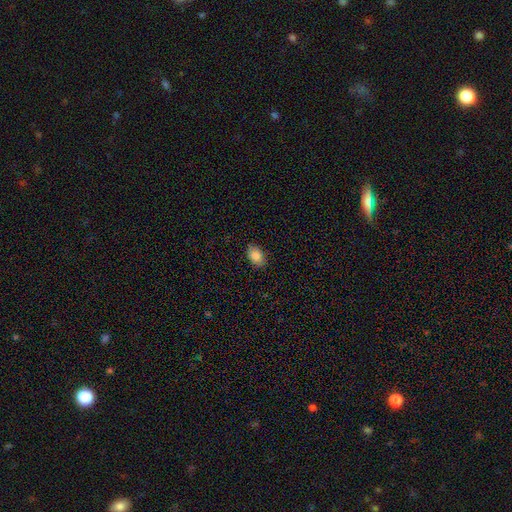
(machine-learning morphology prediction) Q: Smooth or featured?
A: smooth (86%); runner-up: star or artifact (8%)
Q: How rounded?
A: in between (85%); runner-up: round (13%)
Q: Merging?
A: none (86%); runner-up: minor disturbance (10%)